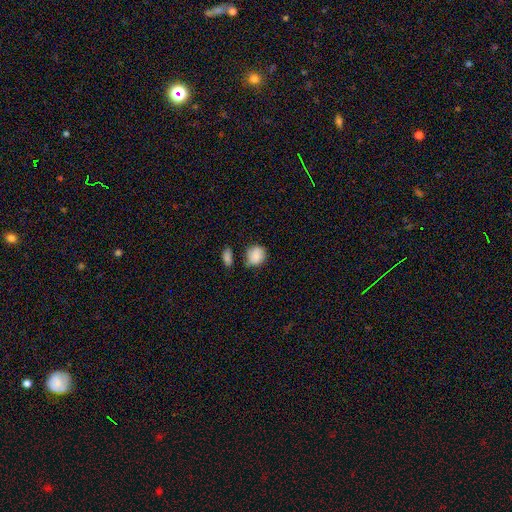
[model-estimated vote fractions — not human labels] This appears to be a smooth galaxy with no disk features (84%) that is round (67%). Merging: none (54%).